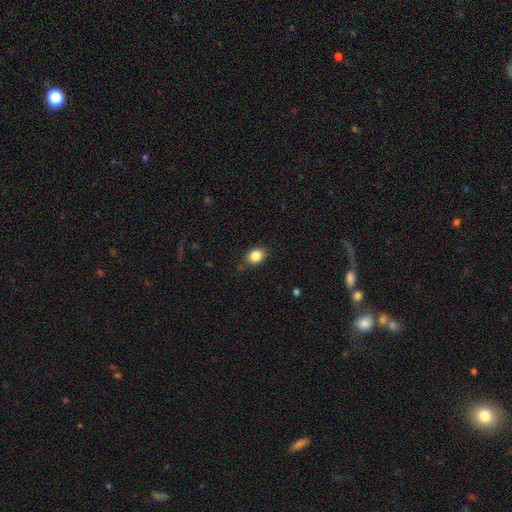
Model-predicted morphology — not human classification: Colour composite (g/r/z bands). It shows a smooth galaxy with no disk features (85%) that is in between round and cigar-shaped (57%). Merging: none (82%).